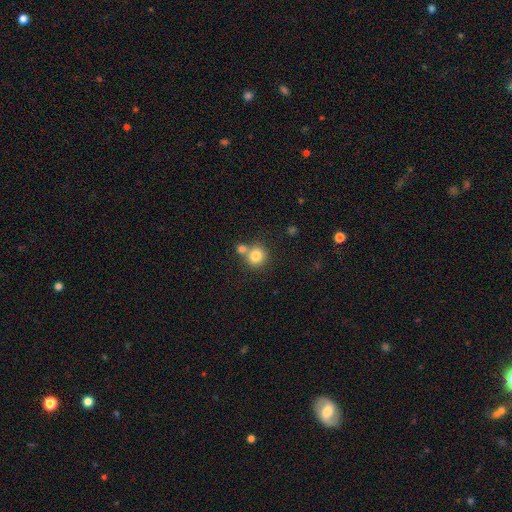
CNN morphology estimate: Smooth or featured? Predicted: smooth (p=0.81). How rounded? Predicted: round (p=0.88). Merging? Predicted: none (p=0.57).